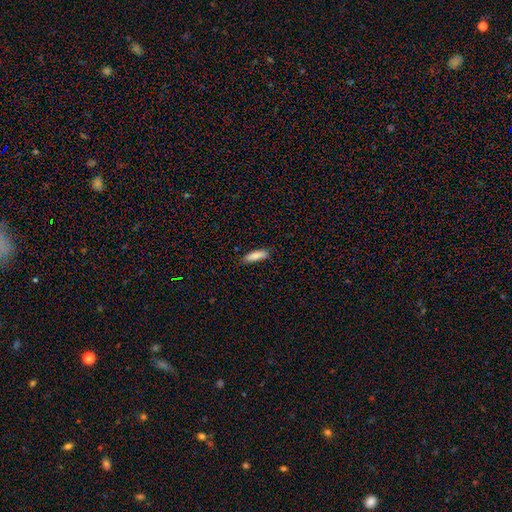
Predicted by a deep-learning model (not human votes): Q: Smooth or featured?
A: smooth (86%); runner-up: featured or disk (7%)
Q: How rounded?
A: cigar-shaped (58%); runner-up: in between (41%)
Q: Merging?
A: none (84%); runner-up: minor disturbance (13%)